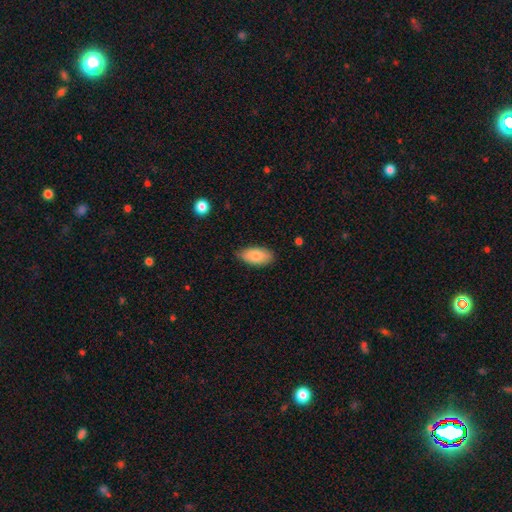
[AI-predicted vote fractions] Smooth or featured? Predicted: smooth (p=0.83). How rounded? Predicted: in between (p=0.93). Merging? Predicted: none (p=0.78).